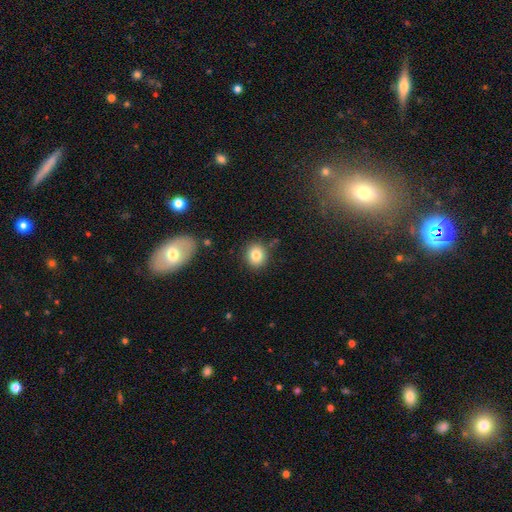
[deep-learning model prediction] Smooth or featured? Predicted: smooth (p=0.83). How rounded? Predicted: round (p=0.82). Merging? Predicted: none (p=0.85).